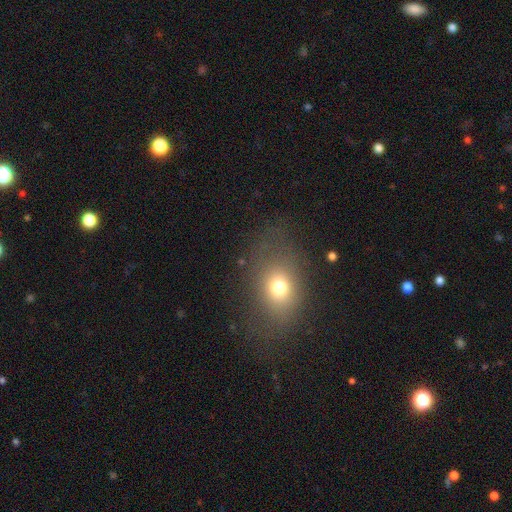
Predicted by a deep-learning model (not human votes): smooth 65%, star or artifact 22%, featured or disk 13%. Down the decision tree: how rounded — in between (70%); merging — none (79%).